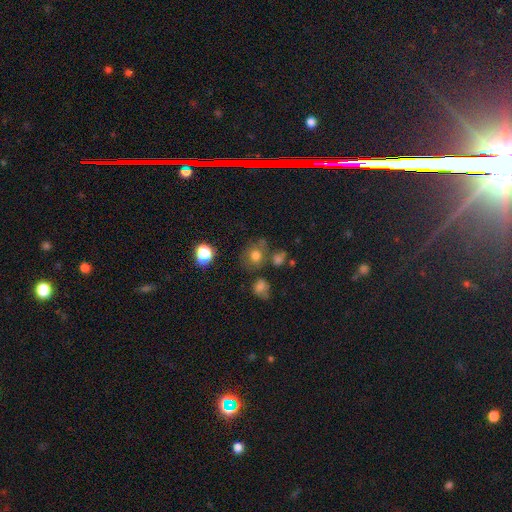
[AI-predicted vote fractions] Q: Smooth or featured?
A: smooth (71%); runner-up: star or artifact (19%)
Q: How rounded?
A: round (76%); runner-up: in between (23%)
Q: Merging?
A: none (64%); runner-up: minor disturbance (16%)